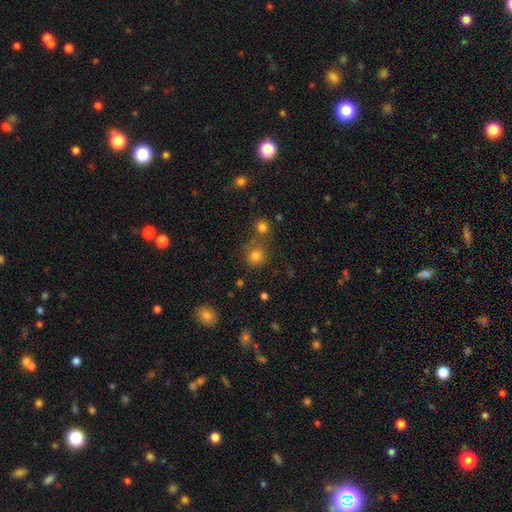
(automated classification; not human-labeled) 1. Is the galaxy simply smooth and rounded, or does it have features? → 77% smooth, 16% star or artifact, 7% featured or disk.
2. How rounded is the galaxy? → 87% round, 12% in between, 1% cigar-shaped.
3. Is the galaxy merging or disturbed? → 64% none, 21% merger, 11% minor disturbance, 5% major disturbance.